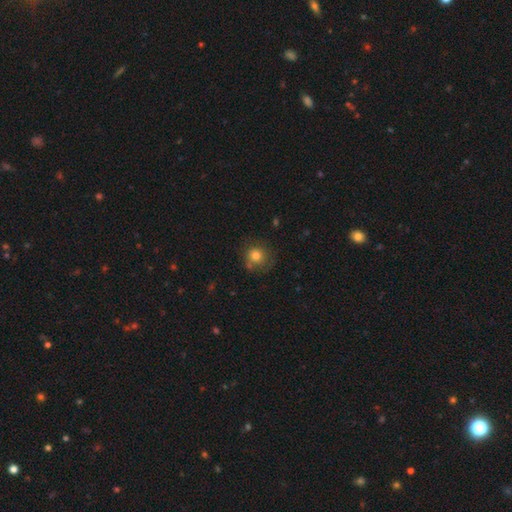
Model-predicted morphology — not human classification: This appears to be a smooth galaxy with no disk features (78%) that is round (90%). Merging: none (70%).